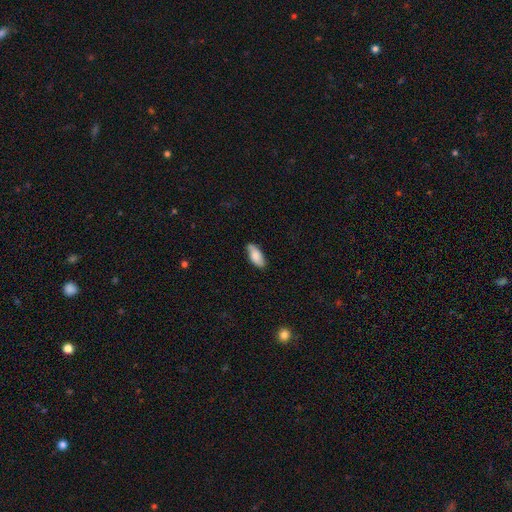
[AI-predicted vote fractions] smooth 81%, featured or disk 12%, star or artifact 7%. Down the decision tree: how rounded — in between (86%); merging — none (71%).